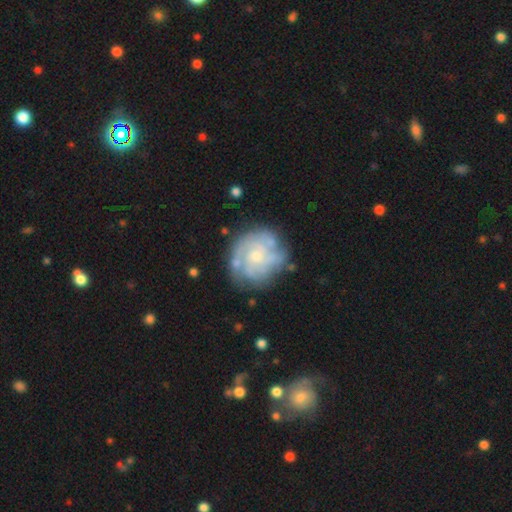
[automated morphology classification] A featured or disk galaxy (75%) with no bar (77%), tight (59%) spiral arms (83%) and a small central bulge (58%). Merging: none (67%).